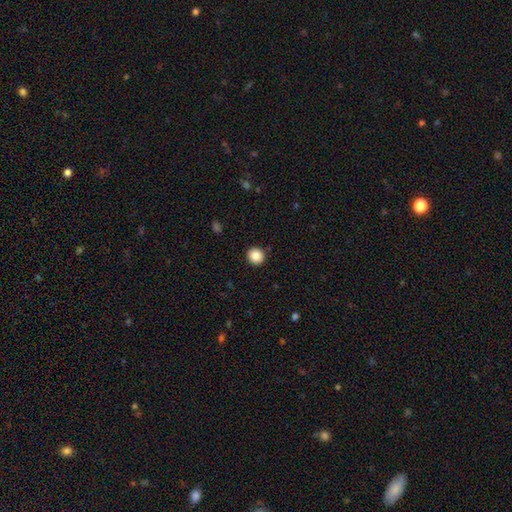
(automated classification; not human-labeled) Q: Smooth or featured?
A: smooth (87%); runner-up: star or artifact (9%)
Q: How rounded?
A: round (92%); runner-up: in between (7%)
Q: Merging?
A: none (91%); runner-up: minor disturbance (6%)